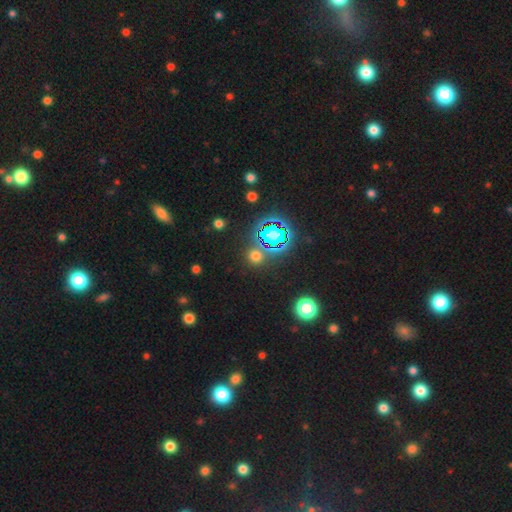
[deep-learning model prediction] Smooth or featured? smooth (51%)
How rounded? round (88%)
Merging? none (81%)